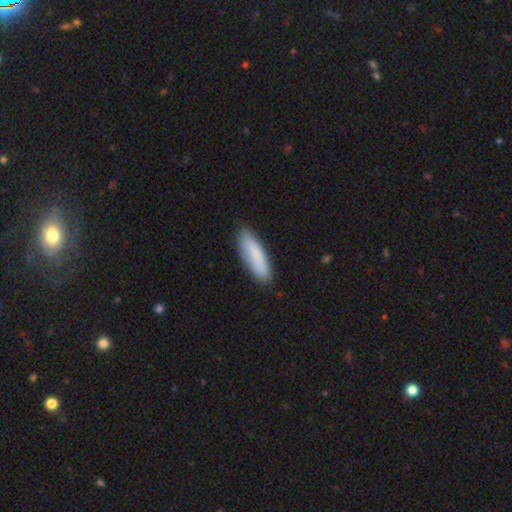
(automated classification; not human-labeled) Overall: smooth (83%). How rounded: cigar-shaped (54%; in between 45%). Merging: none (83%).